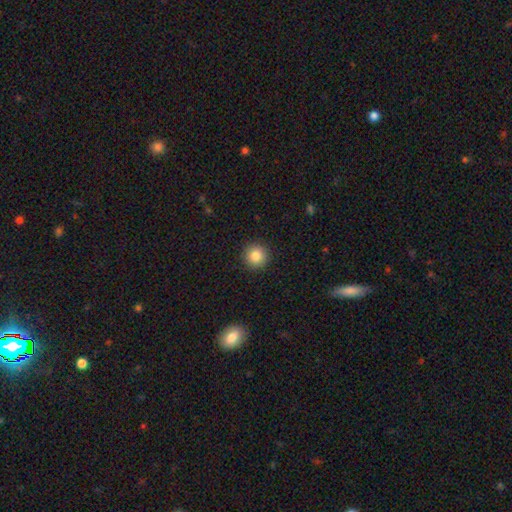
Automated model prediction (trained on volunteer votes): Q: Smooth or featured?
A: smooth (85%); runner-up: star or artifact (10%)
Q: How rounded?
A: round (95%); runner-up: in between (4%)
Q: Merging?
A: none (92%); runner-up: minor disturbance (5%)